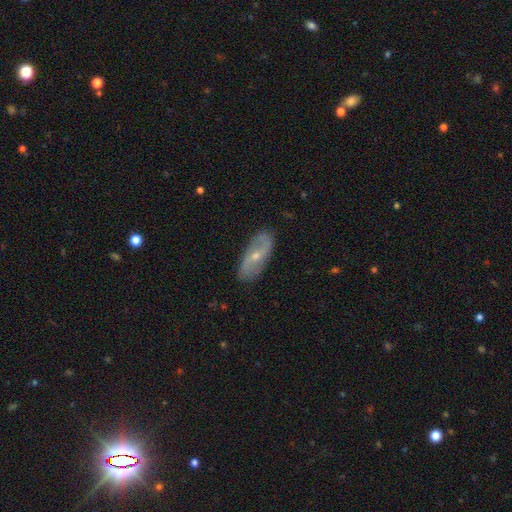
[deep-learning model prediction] This appears to be a featured or disk galaxy (72%) with no bar (44%), 2 (88%) loose (58%) spiral arms (83%) and a small central bulge (60%). Merging: none (84%).